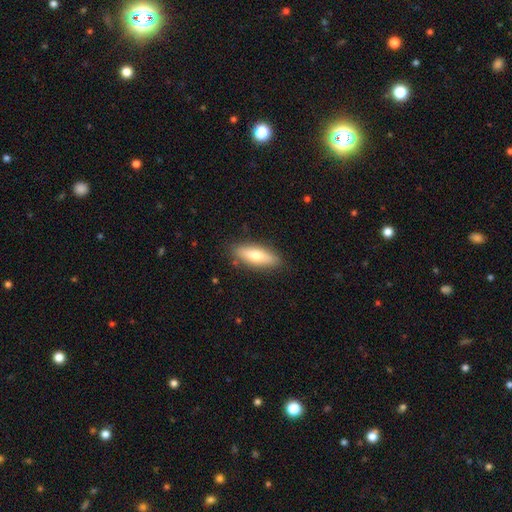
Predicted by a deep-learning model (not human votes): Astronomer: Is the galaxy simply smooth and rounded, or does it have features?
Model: smooth — 67%.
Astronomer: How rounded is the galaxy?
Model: in between — 59% (runner-up: cigar-shaped, 39%).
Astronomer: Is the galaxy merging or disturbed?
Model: none — 87%.